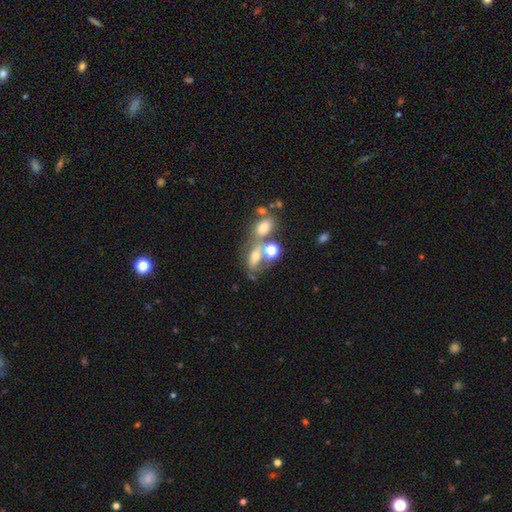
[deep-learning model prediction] Q: Smooth or featured?
A: smooth (56%); runner-up: featured or disk (27%)
Q: How rounded?
A: in between (72%); runner-up: round (20%)
Q: Merging?
A: merger (43%); runner-up: none (33%)